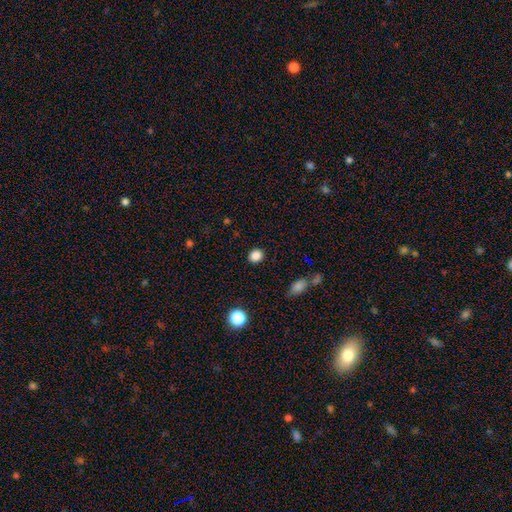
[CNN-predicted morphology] Smooth or featured? Predicted: smooth (p=0.85). How rounded? Predicted: round (p=0.72). Merging? Predicted: none (p=0.90).